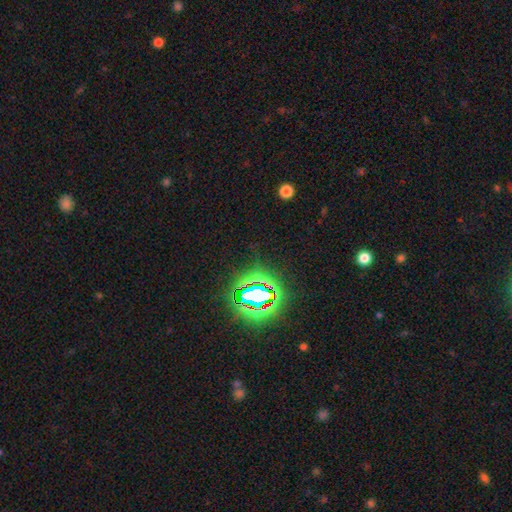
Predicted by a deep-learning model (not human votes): Smooth or featured? Predicted: star or artifact (p=0.80).